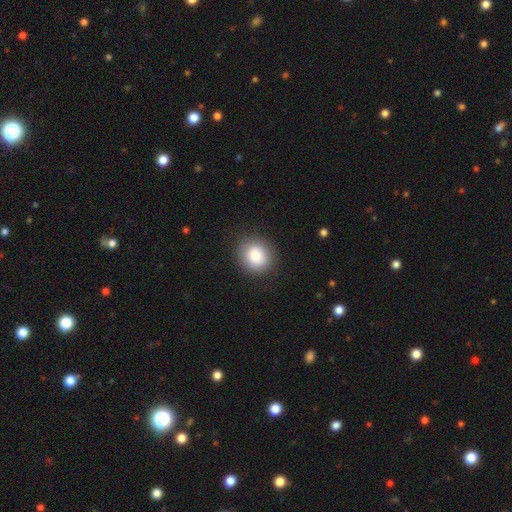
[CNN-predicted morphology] This is clearly a smooth galaxy (85%). How rounded: clearly round (83%). Merging: clearly none (88%).